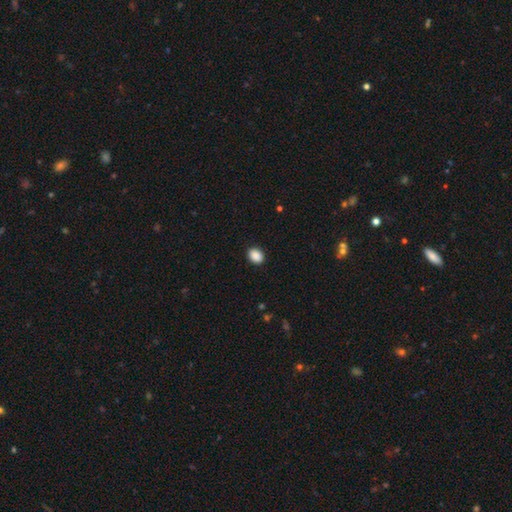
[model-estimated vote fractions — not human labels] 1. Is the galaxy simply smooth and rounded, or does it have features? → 90% smooth, 8% star or artifact, 2% featured or disk.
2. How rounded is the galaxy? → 57% in between, 42% round, 1% cigar-shaped.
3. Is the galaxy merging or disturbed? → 91% none, 6% minor disturbance, 2% major disturbance, 1% merger.